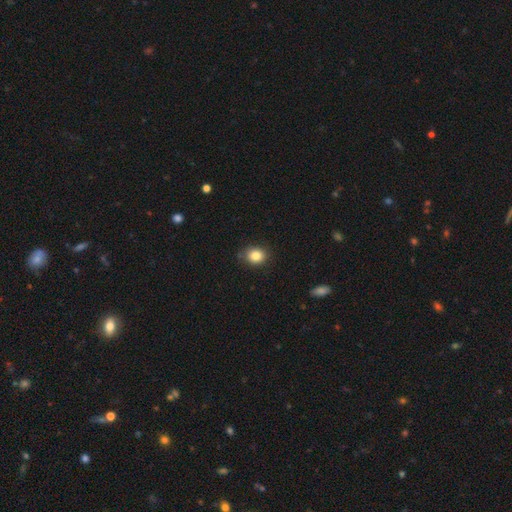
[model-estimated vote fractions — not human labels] A smooth galaxy with no disk features (85%) that is round (60%).

Vote fractions:
- Smooth or featured? smooth: 85% / star or artifact: 10% / featured or disk: 5%
- How rounded? round: 60% / in between: 39% / cigar-shaped: 1%
- Merging? none: 81% / minor disturbance: 15% / major disturbance: 3% / merger: 1%